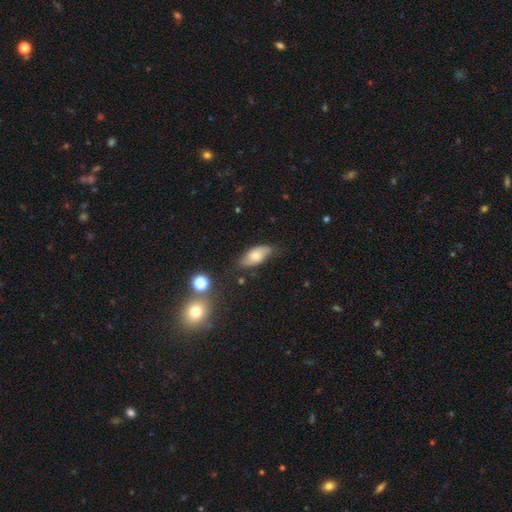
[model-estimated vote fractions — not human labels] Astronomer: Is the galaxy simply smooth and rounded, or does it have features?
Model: smooth — 61%.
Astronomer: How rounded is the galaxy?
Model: in between — 89%.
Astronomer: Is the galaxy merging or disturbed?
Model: none — 68%.